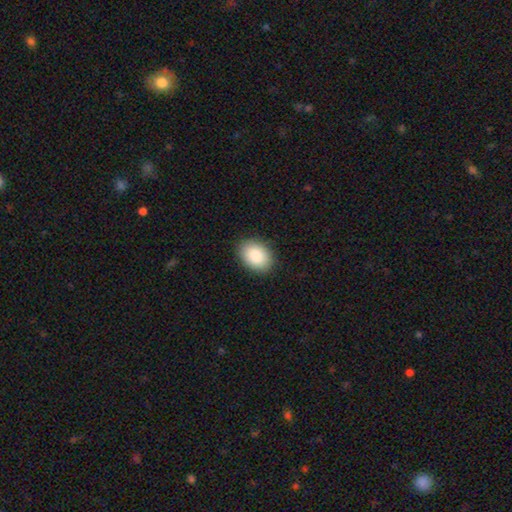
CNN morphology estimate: A smooth galaxy with no disk features (88%) that is in between round and cigar-shaped (77%).

Vote fractions:
- Smooth or featured? smooth: 88% / star or artifact: 7% / featured or disk: 5%
- How rounded? in between: 77% / round: 22% / cigar-shaped: 1%
- Merging? none: 89% / minor disturbance: 8% / major disturbance: 2% / merger: 1%